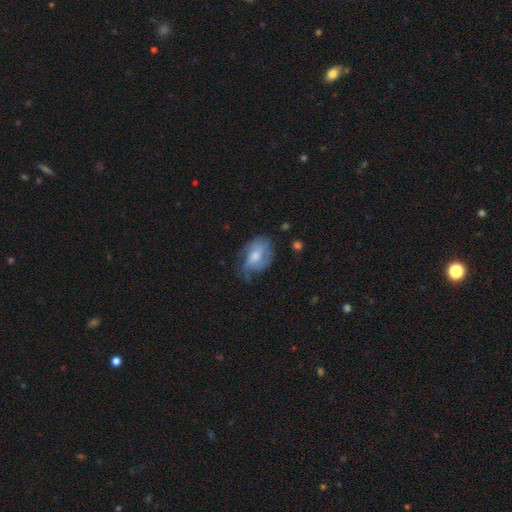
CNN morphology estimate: Smooth or featured? featured or disk (49%)
Merging? none (44%)